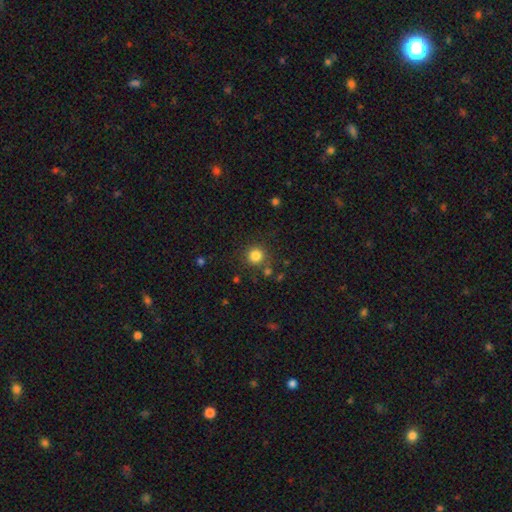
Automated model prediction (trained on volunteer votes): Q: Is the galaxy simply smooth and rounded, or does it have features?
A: smooth — 83%.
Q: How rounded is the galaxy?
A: round — 93%.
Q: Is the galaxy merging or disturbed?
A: none — 83%.